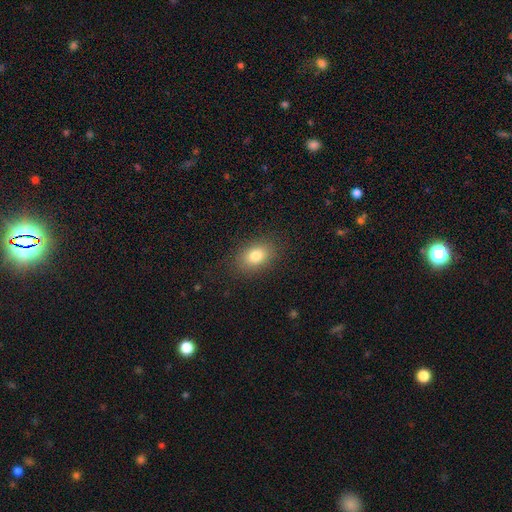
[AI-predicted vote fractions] Smooth or featured?
  - smooth: 81% *
  - star or artifact: 10%
  - featured or disk: 10%
How rounded?
  - in between: 80% *
  - round: 18%
  - cigar-shaped: 2%
Merging?
  - none: 86% *
  - minor disturbance: 9%
  - major disturbance: 3%
  - merger: 1%